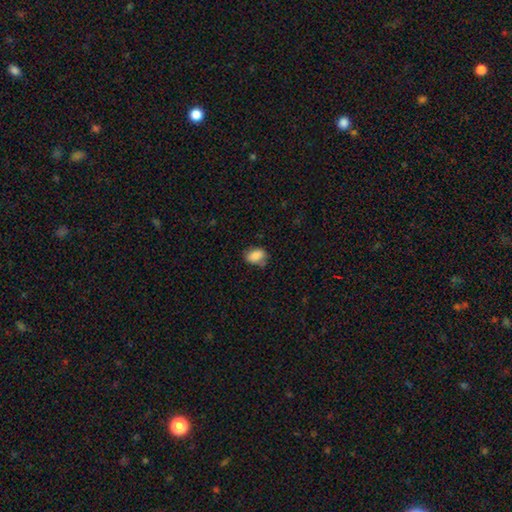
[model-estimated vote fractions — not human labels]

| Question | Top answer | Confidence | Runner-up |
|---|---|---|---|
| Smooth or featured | smooth | 86% | star or artifact (8%) |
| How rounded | in between | 81% | round (18%) |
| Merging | none | 68% | minor disturbance (22%) |